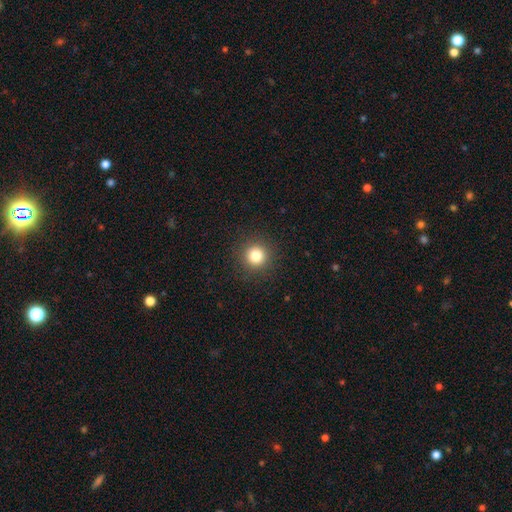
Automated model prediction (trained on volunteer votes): The model was most divided on "smooth or featured": smooth: 82%, star or artifact: 13%, featured or disk: 6%. More confident: how rounded — round (95%); merging — none (92%).